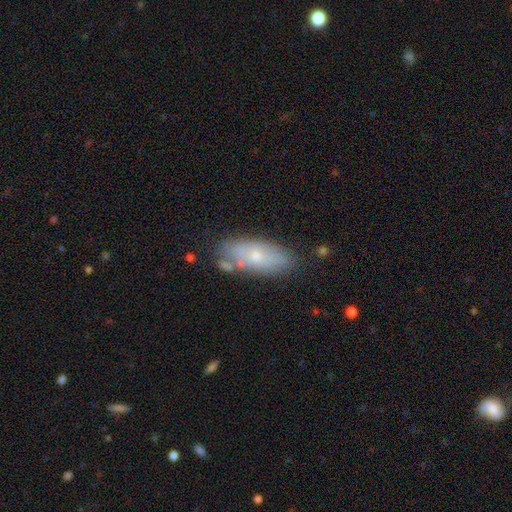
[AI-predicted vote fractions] Smooth or featured?
  - smooth: 55% *
  - featured or disk: 37%
  - star or artifact: 8%
How rounded?
  - in between: 82% *
  - cigar-shaped: 15%
  - round: 3%
Merging?
  - none: 67% *
  - minor disturbance: 20%
  - merger: 7%
  - major disturbance: 5%